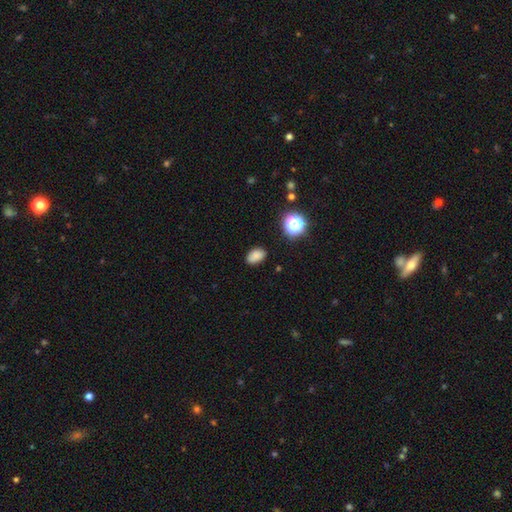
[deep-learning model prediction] The model was most divided on "smooth or featured": smooth: 82%, star or artifact: 13%, featured or disk: 5%. More confident: how rounded — in between (85%); merging — none (83%).